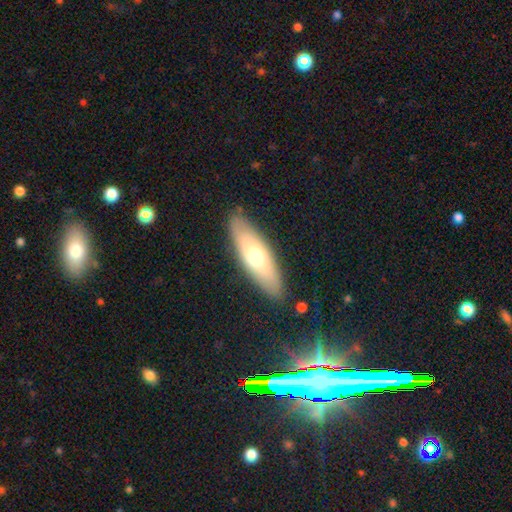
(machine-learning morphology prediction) Smooth or featured? smooth (61%)
How rounded? in between (54%)
Merging? none (86%)